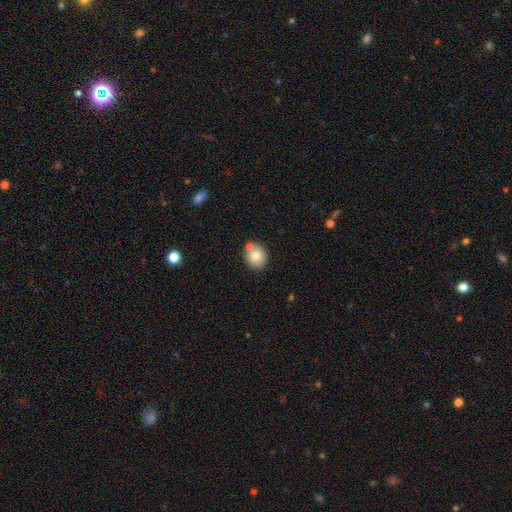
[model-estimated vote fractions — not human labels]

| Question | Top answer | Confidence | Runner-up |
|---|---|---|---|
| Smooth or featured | smooth | 78% | featured or disk (13%) |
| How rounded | round | 74% | in between (25%) |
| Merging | none | 65% | merger (20%) |